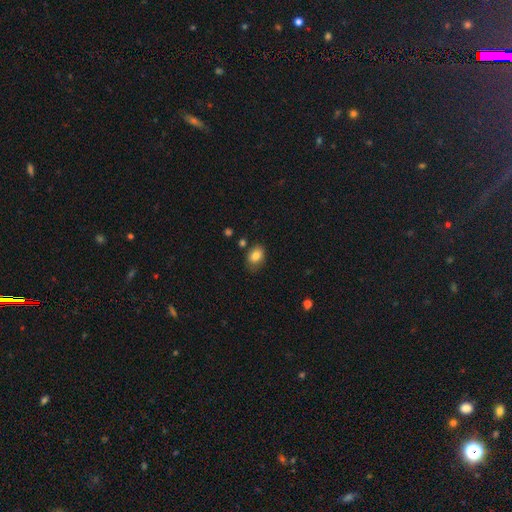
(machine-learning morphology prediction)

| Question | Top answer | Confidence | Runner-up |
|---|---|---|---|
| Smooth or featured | smooth | 83% | star or artifact (9%) |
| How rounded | in between | 73% | round (26%) |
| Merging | none | 71% | minor disturbance (21%) |